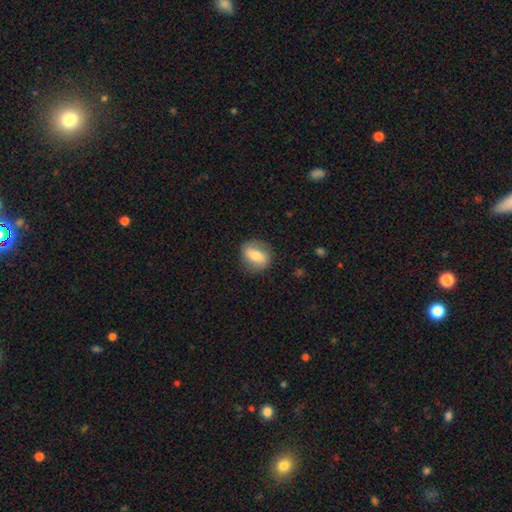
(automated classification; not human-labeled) smooth-or-featured: smooth: 61% | featured or disk: 32% | star or artifact: 7%
  how-rounded: round: 49% | in between: 48% | cigar-shaped: 3%
  merging: none: 83% | minor disturbance: 12% | major disturbance: 4% | merger: 1%